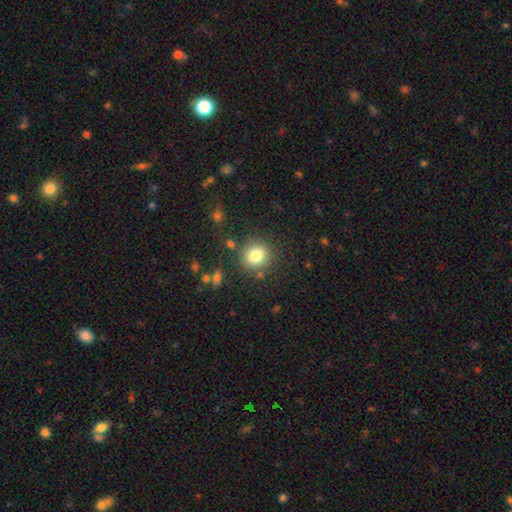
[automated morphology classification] Smooth or featured: smooth — 81% (star or artifact — 11%)
How rounded: round — 81% (in between — 18%)
Merging: none — 82% (minor disturbance — 10%)